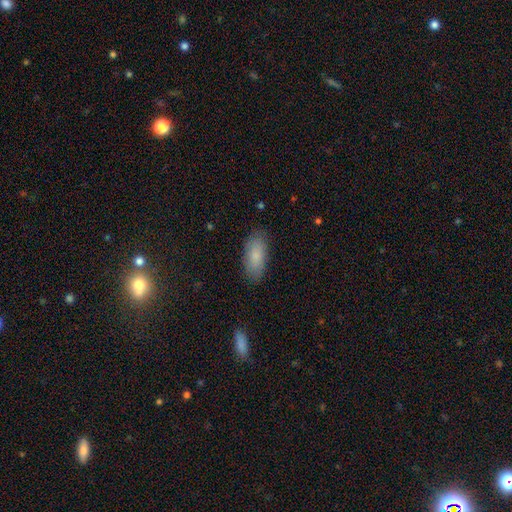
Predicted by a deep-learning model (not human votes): A smooth galaxy with no disk features (83%) that is in between round and cigar-shaped (86%).

Vote fractions:
- Smooth or featured? smooth: 83% / featured or disk: 11% / star or artifact: 6%
- How rounded? in between: 86% / cigar-shaped: 12% / round: 2%
- Merging? none: 83% / minor disturbance: 13% / major disturbance: 3% / merger: 1%